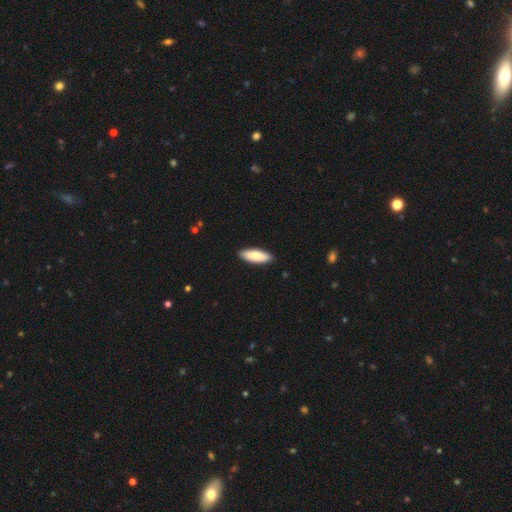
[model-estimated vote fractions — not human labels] Morphology: type=smooth (82%); roundness=in between (64%); merging=none (89%).